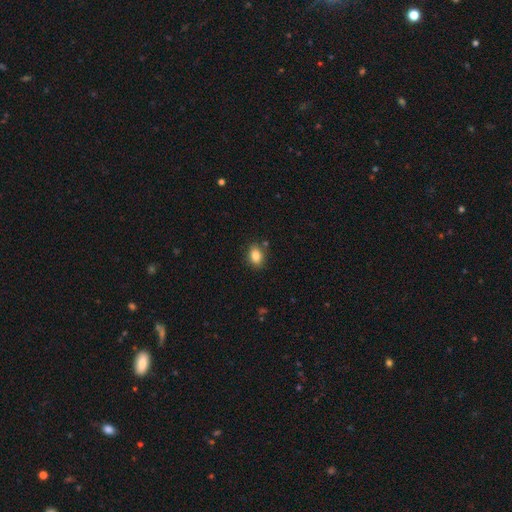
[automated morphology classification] Q: Smooth or featured?
A: smooth (84%); runner-up: star or artifact (9%)
Q: How rounded?
A: in between (71%); runner-up: round (28%)
Q: Merging?
A: none (82%); runner-up: minor disturbance (12%)